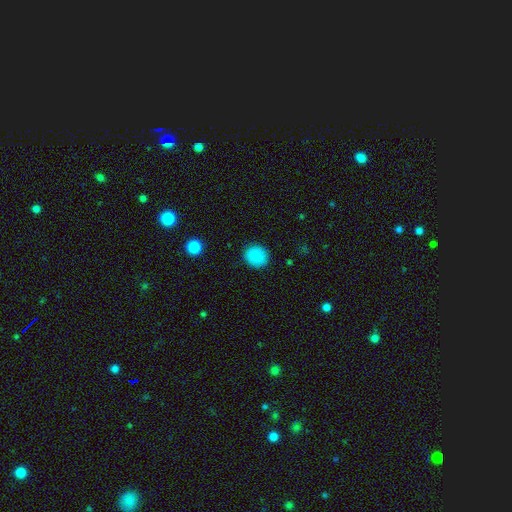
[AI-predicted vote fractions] Smooth or featured?
  - smooth: 88% *
  - star or artifact: 9%
  - featured or disk: 3%
How rounded?
  - round: 87% *
  - in between: 12%
  - cigar-shaped: 1%
Merging?
  - none: 90% *
  - minor disturbance: 7%
  - major disturbance: 2%
  - merger: 1%